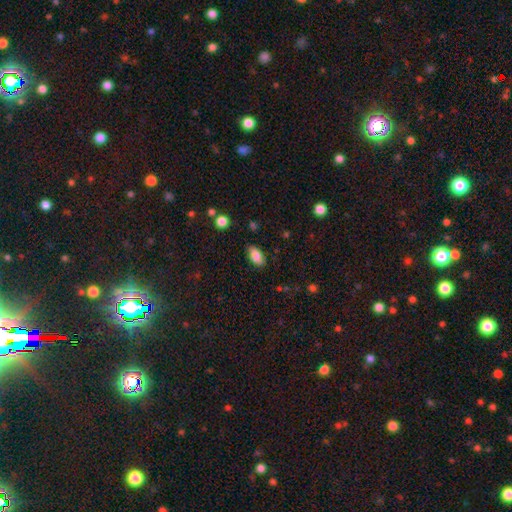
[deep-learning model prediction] Smooth or featured: smooth — 83% (featured or disk — 9%)
How rounded: in between — 91% (cigar-shaped — 5%)
Merging: none — 80% (minor disturbance — 15%)